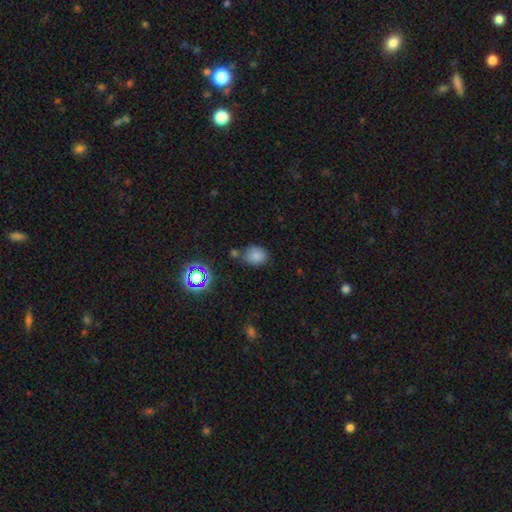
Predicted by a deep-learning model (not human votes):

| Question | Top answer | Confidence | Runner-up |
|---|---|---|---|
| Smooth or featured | smooth | 76% | star or artifact (16%) |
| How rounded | in between | 52% | round (47%) |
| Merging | none | 66% | minor disturbance (17%) |